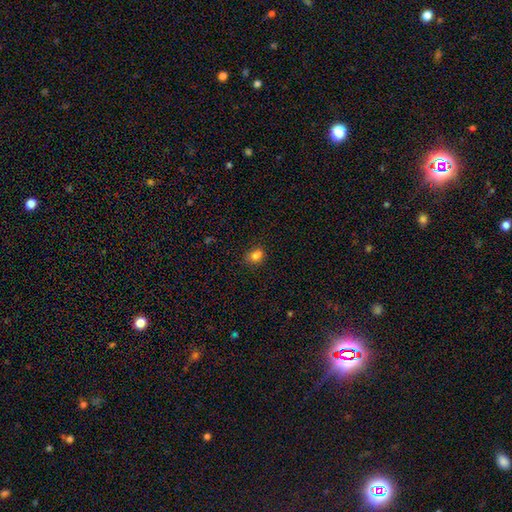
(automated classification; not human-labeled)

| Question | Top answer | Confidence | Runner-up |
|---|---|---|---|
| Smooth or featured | smooth | 81% | star or artifact (13%) |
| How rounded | in between | 65% | round (34%) |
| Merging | none | 74% | minor disturbance (18%) |